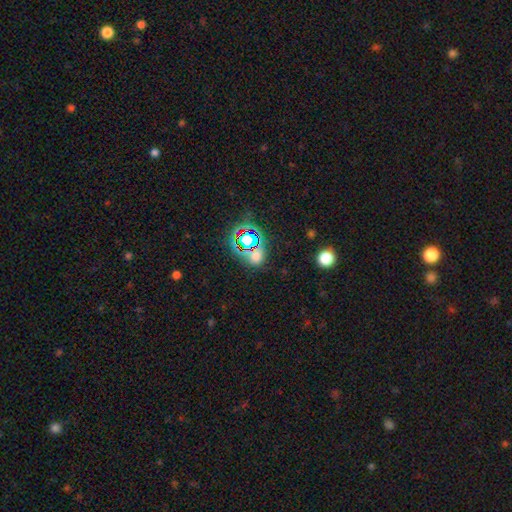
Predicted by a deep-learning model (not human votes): Morphology: type=star or artifact (51%).